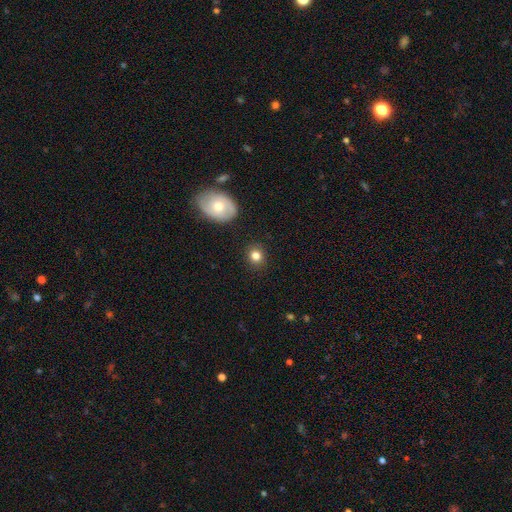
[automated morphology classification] type=smooth (82%); roundness=round (82%); merging=none (89%).